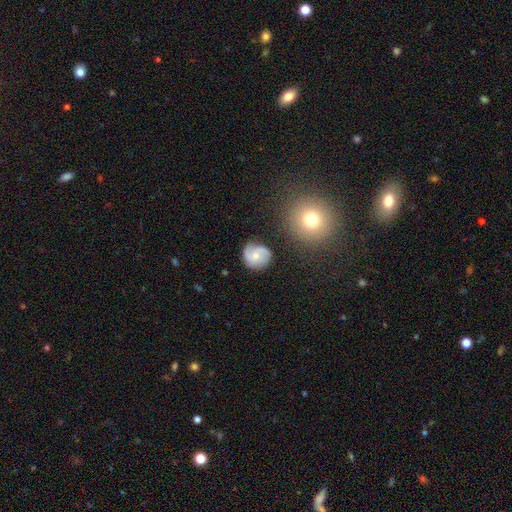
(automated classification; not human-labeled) This appears to be a featured or disk galaxy (57%) with no bar (72%), spiral arms (88%) and a small central bulge (54%). Merging: none (71%).